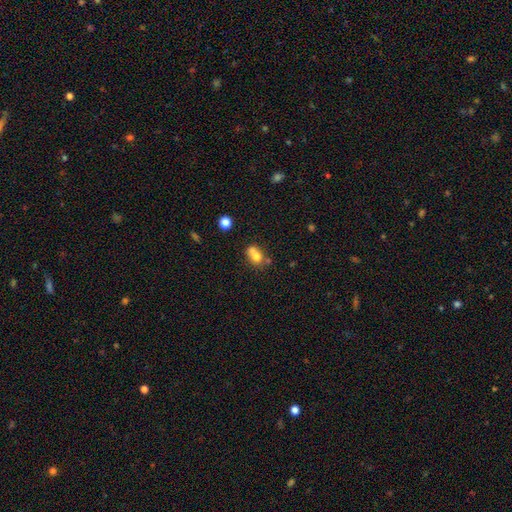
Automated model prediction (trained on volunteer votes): A smooth galaxy with no disk features (70%) that is in between round and cigar-shaped (53%).

Vote fractions:
- Smooth or featured? smooth: 70% / featured or disk: 19% / star or artifact: 12%
- How rounded? in between: 53% / round: 45% / cigar-shaped: 2%
- Merging? merger: 54% / none: 30% / minor disturbance: 11% / major disturbance: 5%